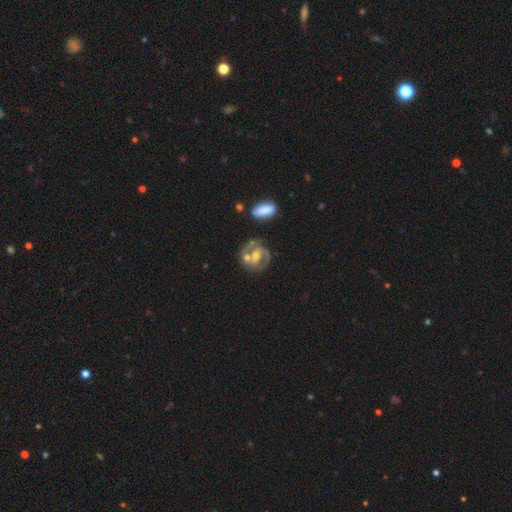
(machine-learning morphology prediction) Overall: featured or disk (79%). Edge-on disk: no (97%). Bar: weak (39%; no 38%). Spiral arms: yes (89%). Spiral arm count: 2 (79%). Spiral winding: medium (48%; tight 38%). Bulge size: moderate (61%; small 31%). Merging: none (58%).